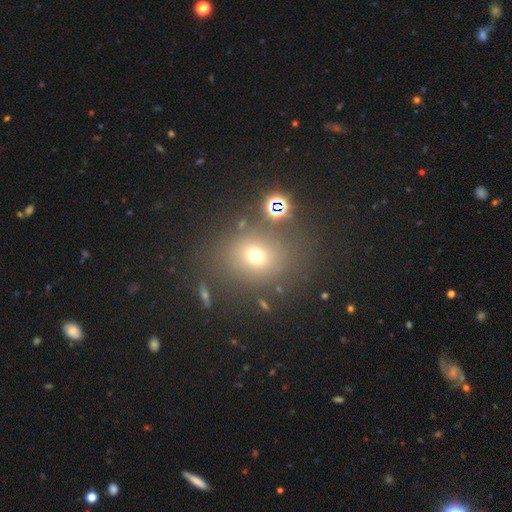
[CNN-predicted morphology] A smooth galaxy with no disk features (67%) that is round (68%). Merging: none (77%).